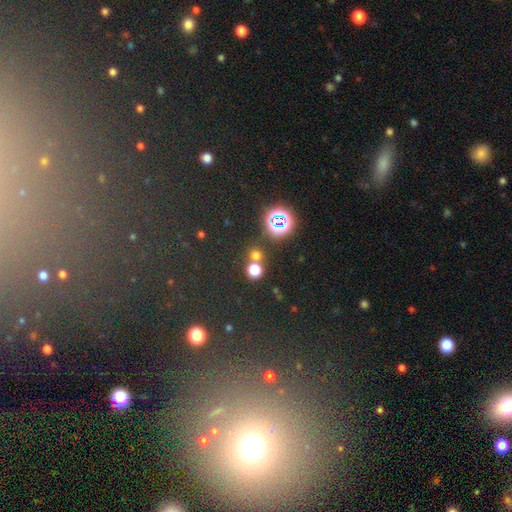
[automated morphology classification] This is likely a smooth galaxy (60%). How rounded: clearly round (87%). Merging: likely none (66%).